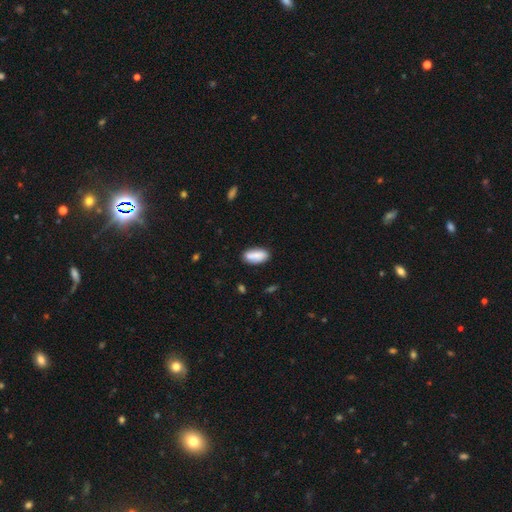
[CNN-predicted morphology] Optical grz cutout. It shows a smooth galaxy with no disk features (81%) that is in between round and cigar-shaped (86%). Merging: none (75%).